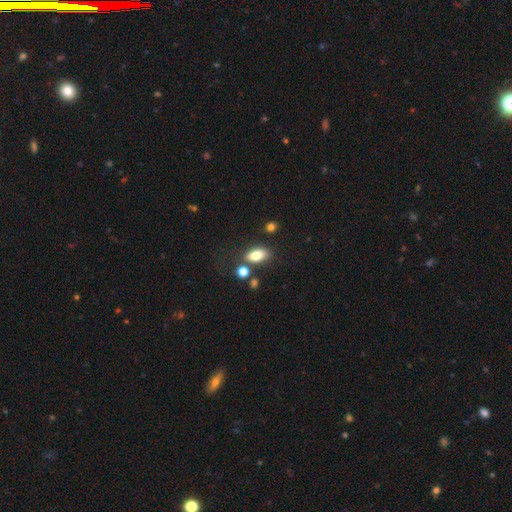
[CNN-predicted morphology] This is likely a smooth galaxy (80%). How rounded: clearly in between (86%). Merging: likely none (73%).